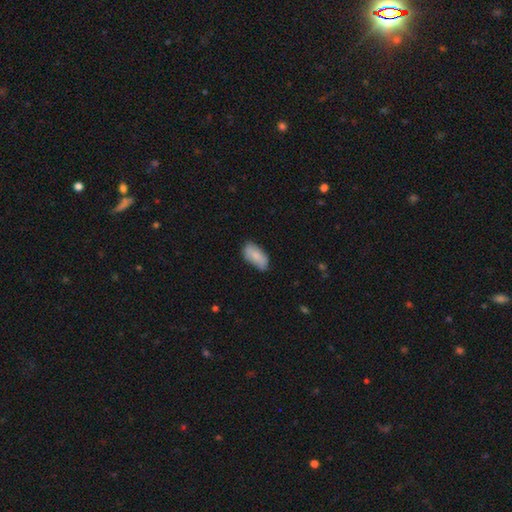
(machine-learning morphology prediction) A smooth galaxy with no disk features (81%) that is in between round and cigar-shaped (93%). Merging: none (65%).